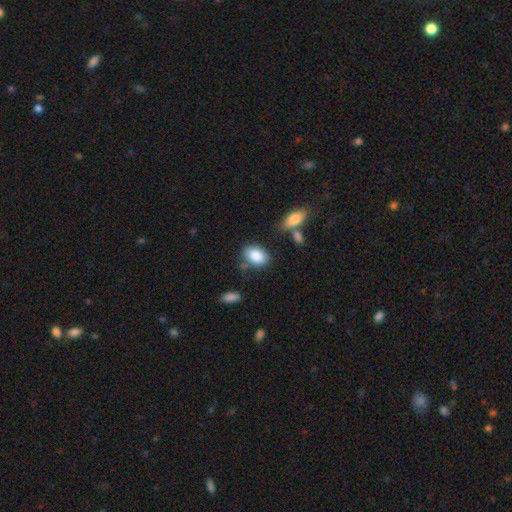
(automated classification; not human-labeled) Smooth or featured? smooth (85%)
How rounded? in between (86%)
Merging? none (67%)